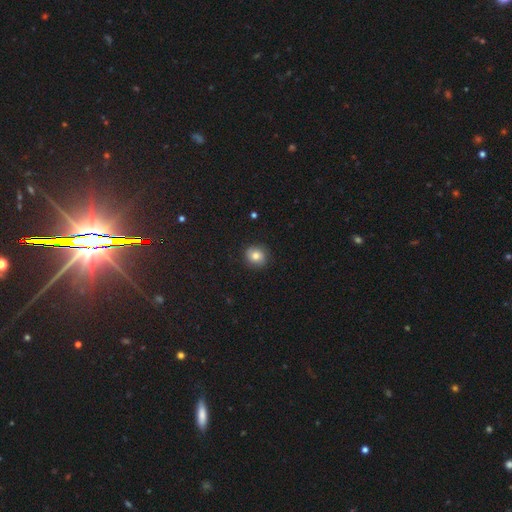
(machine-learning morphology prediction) Smooth or featured: smooth — 76% (featured or disk — 13%)
How rounded: round — 80% (in between — 19%)
Merging: none — 85% (minor disturbance — 11%)